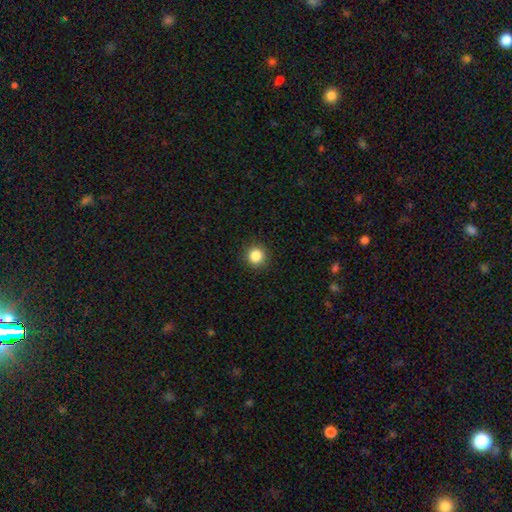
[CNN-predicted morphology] Smooth or featured?
  - smooth: 86% *
  - star or artifact: 11%
  - featured or disk: 4%
How rounded?
  - round: 93% *
  - in between: 6%
  - cigar-shaped: 1%
Merging?
  - none: 91% *
  - minor disturbance: 6%
  - major disturbance: 2%
  - merger: 1%